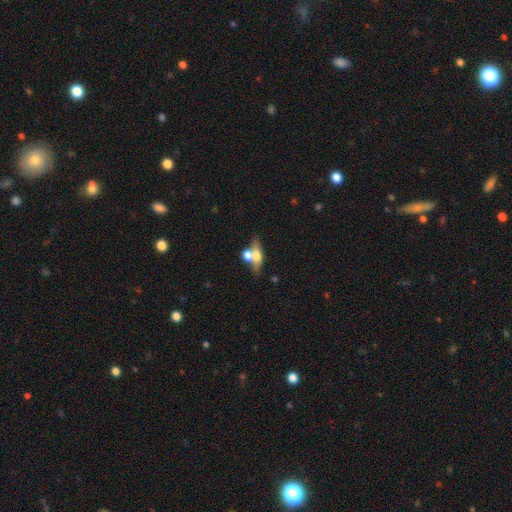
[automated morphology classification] The model was most divided on "merging": merger: 43%, none: 39%, minor disturbance: 11%, major disturbance: 7%. Remaining: smooth or featured — smooth (48%).